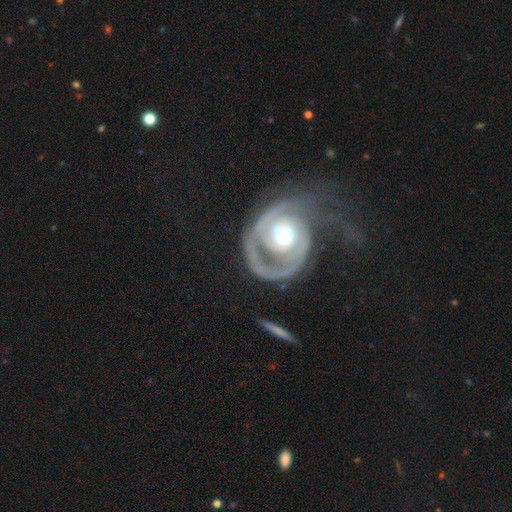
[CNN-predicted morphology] Overall: featured or disk (83%). Edge-on disk: no (97%). Bar: no (72%). Spiral arms: yes (86%). Spiral arm count: 1 (51%; 2 34%). Spiral winding: tight (45%; medium 36%). Bulge size: moderate (68%). Merging: major disturbance (40%; none 37%).